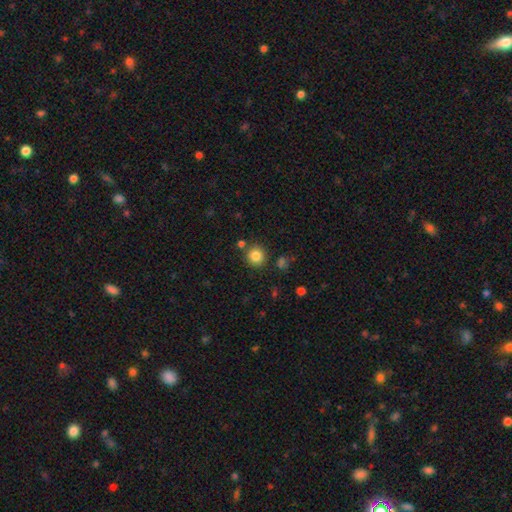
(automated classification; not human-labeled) Smooth or featured? Predicted: smooth (p=0.84). How rounded? Predicted: round (p=0.93). Merging? Predicted: none (p=0.84).